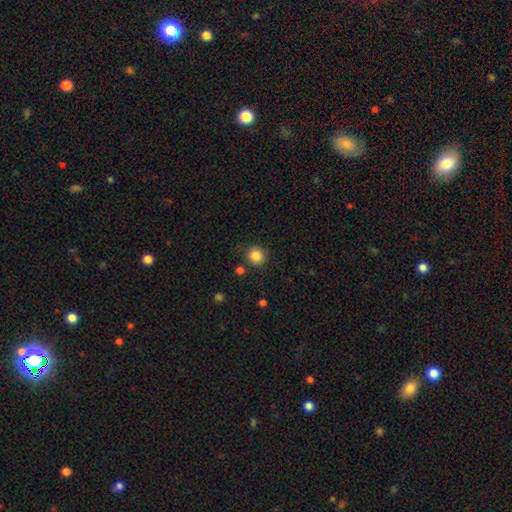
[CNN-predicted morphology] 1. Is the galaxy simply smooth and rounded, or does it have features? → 85% smooth, 10% star or artifact, 5% featured or disk.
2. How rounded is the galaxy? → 94% round, 5% in between, 1% cigar-shaped.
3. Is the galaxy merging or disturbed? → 89% none, 6% minor disturbance, 3% merger, 2% major disturbance.